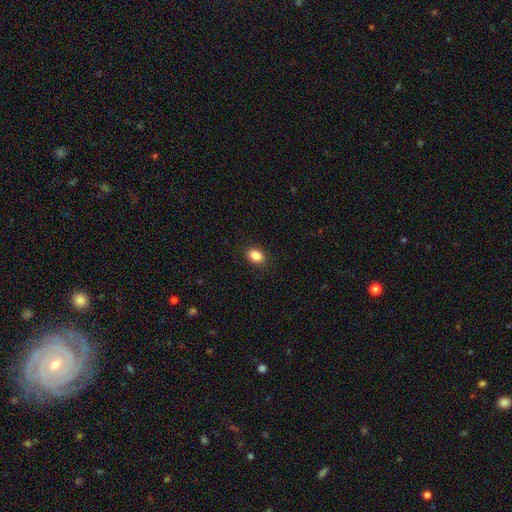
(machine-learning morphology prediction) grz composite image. It shows a smooth galaxy with no disk features (86%) that is in between round and cigar-shaped (74%). Merging: none (89%).